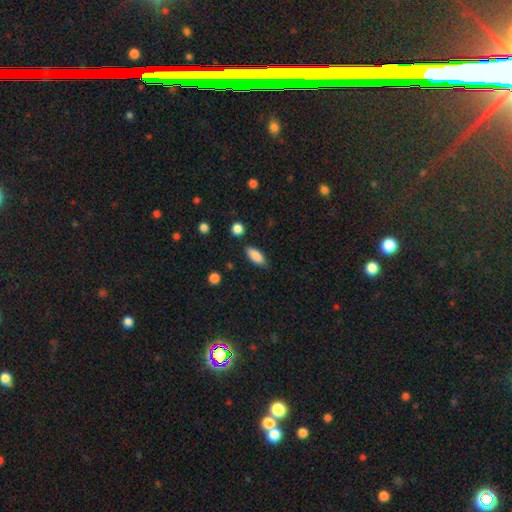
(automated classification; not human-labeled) Smooth or featured: smooth — 86% (star or artifact — 7%)
How rounded: in between — 79% (cigar-shaped — 19%)
Merging: none — 83% (minor disturbance — 12%)